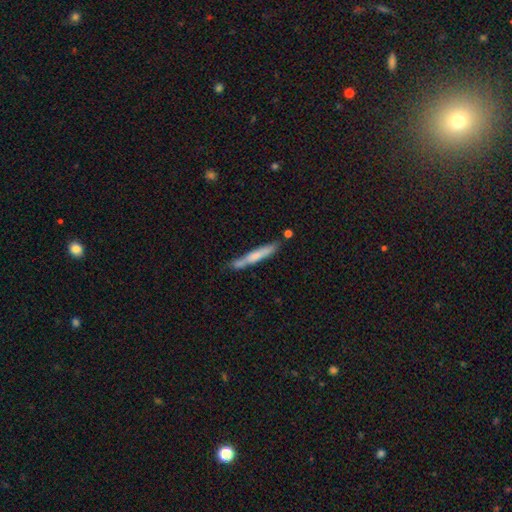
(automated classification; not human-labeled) The model was most divided on "smooth or featured": smooth: 62%, featured or disk: 32%, star or artifact: 6%. More confident: how rounded — cigar-shaped (94%); merging — none (67%).